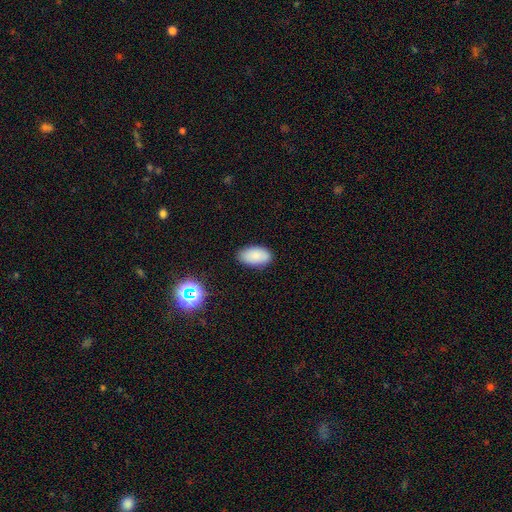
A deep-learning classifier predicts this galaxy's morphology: This appears to be a smooth galaxy with no disk features (85%) that is in between round and cigar-shaped (95%). Merging: none (85%).